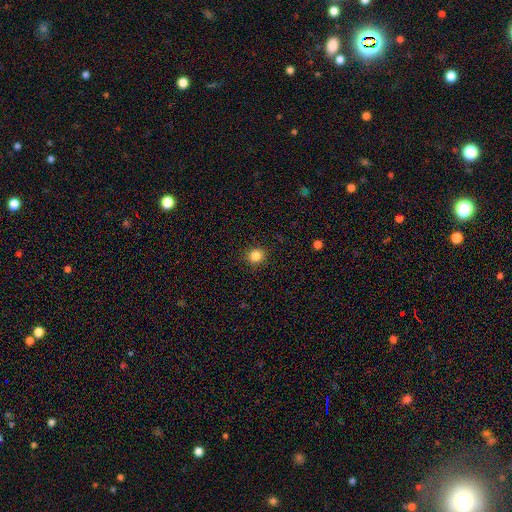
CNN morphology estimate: This is clearly a smooth galaxy (85%). How rounded: clearly round (86%). Merging: clearly none (91%).